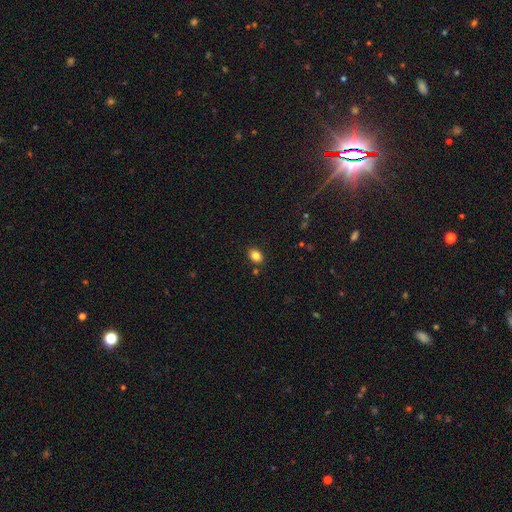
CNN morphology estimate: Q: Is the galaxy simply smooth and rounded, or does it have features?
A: smooth — 83%.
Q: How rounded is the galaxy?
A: in between — 75%.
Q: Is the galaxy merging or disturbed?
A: none — 85%.